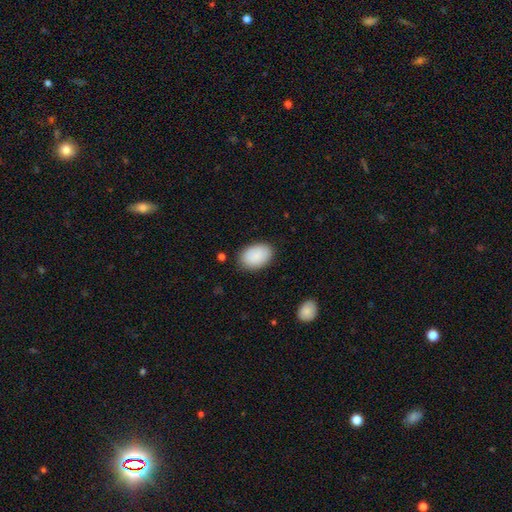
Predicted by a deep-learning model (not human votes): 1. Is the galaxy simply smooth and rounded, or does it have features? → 89% smooth, 6% star or artifact, 5% featured or disk.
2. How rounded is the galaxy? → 87% in between, 12% round, 1% cigar-shaped.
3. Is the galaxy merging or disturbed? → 84% none, 11% minor disturbance, 3% major disturbance, 1% merger.